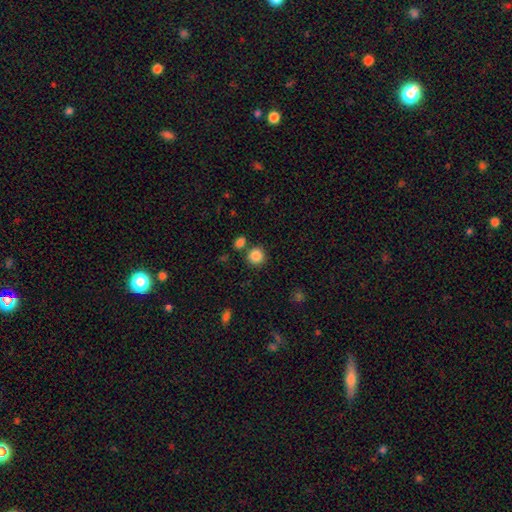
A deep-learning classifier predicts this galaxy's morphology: type=smooth (86%); roundness=round (91%); merging=none (78%).